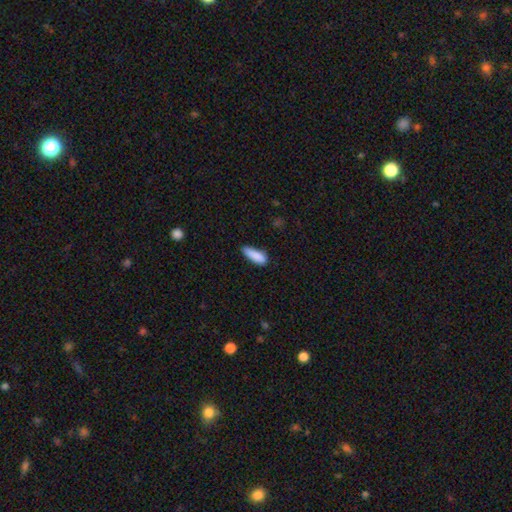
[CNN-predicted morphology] Overall: smooth (88%). How rounded: in between (54%; cigar-shaped 44%). Merging: none (69%).